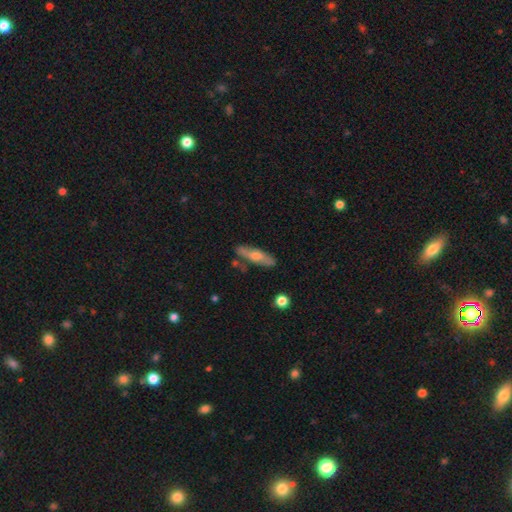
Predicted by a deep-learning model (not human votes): Morphology: type=featured or disk (50%); edge-on=yes (67%); merging=none (79%).